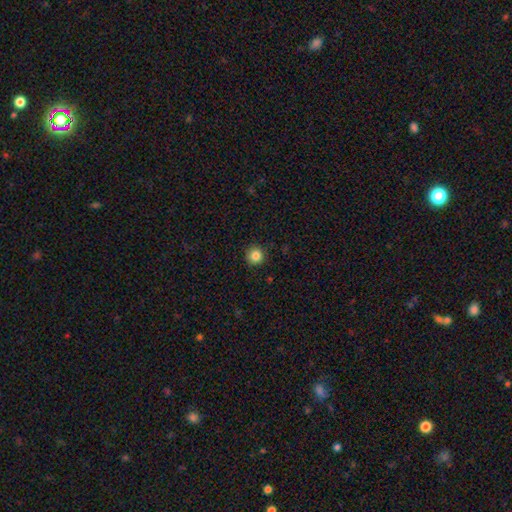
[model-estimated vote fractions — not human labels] Q: Smooth or featured?
A: smooth (84%); runner-up: star or artifact (11%)
Q: How rounded?
A: round (95%); runner-up: in between (4%)
Q: Merging?
A: none (92%); runner-up: minor disturbance (6%)